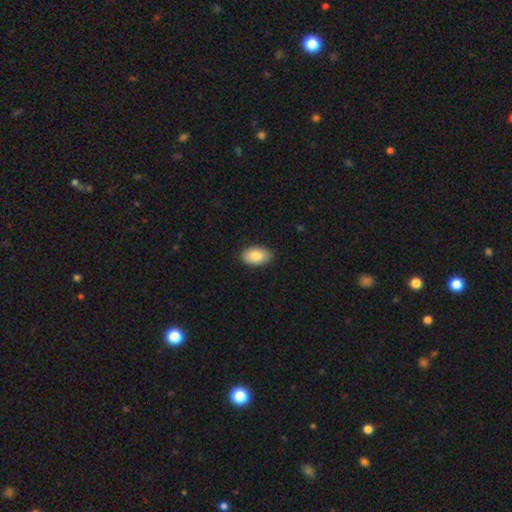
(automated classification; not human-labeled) Morphology: type=smooth (86%); roundness=in between (93%); merging=none (86%).